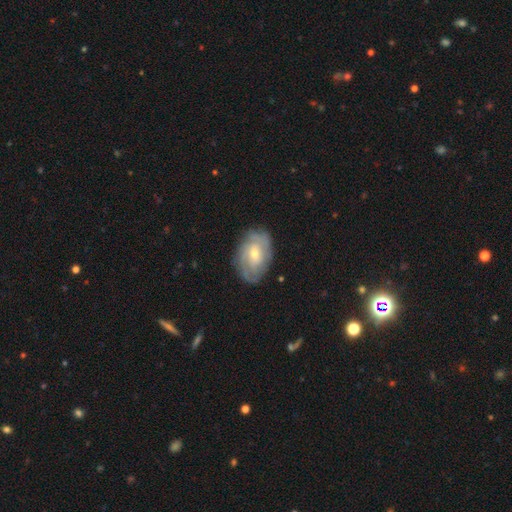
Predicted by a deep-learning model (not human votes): smooth_or_featured: featured or disk (p=0.74) [alt: smooth p=0.19]
disk_edge_on: no (p=0.96) [alt: yes p=0.04]
bar: no (p=0.54) [alt: weak p=0.39]
has_spiral_arms: yes (p=0.88) [alt: no p=0.12]
spiral_winding: tight (p=0.66) [alt: medium p=0.26]
spiral_arm_count: can't tell (p=0.41) [alt: 2 p=0.30]
bulge_size: moderate (p=0.53) [alt: small p=0.43]
merging: none (p=0.79) [alt: minor disturbance p=0.16]